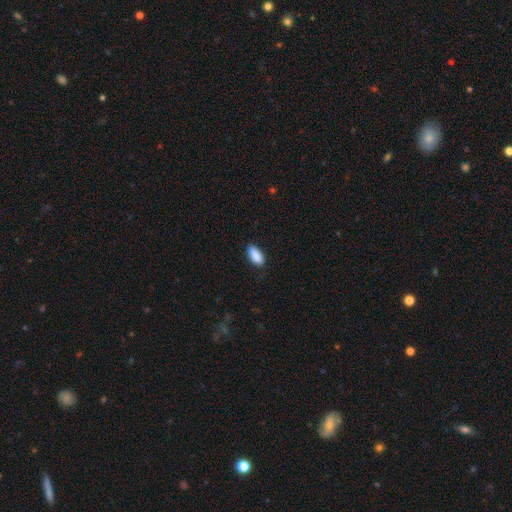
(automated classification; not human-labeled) smooth-or-featured: smooth: 89% | star or artifact: 7% | featured or disk: 4%
  how-rounded: in between: 86% | cigar-shaped: 12% | round: 2%
  merging: none: 82% | minor disturbance: 14% | major disturbance: 3% | merger: 1%